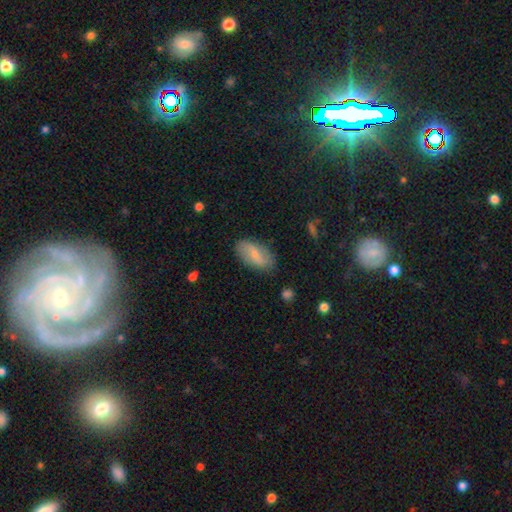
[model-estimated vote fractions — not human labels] Overall: smooth (58%; featured or disk 35%). How rounded: in between (91%). Merging: none (81%).